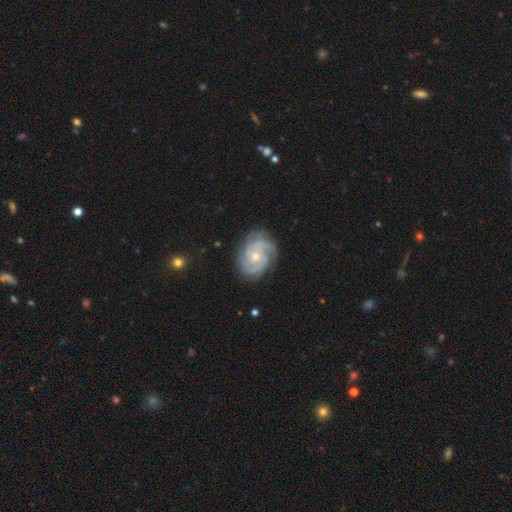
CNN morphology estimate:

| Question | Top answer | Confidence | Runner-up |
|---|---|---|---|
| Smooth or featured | featured or disk | 85% | smooth (10%) |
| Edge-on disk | no | 98% | yes (2%) |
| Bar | no | 74% | weak (22%) |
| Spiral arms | yes | 96% | no (4%) |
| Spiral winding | tight | 59% | medium (33%) |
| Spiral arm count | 3 | 34% | 2 (23%) |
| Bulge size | moderate | 50% | small (47%) |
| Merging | none | 74% | minor disturbance (18%) |